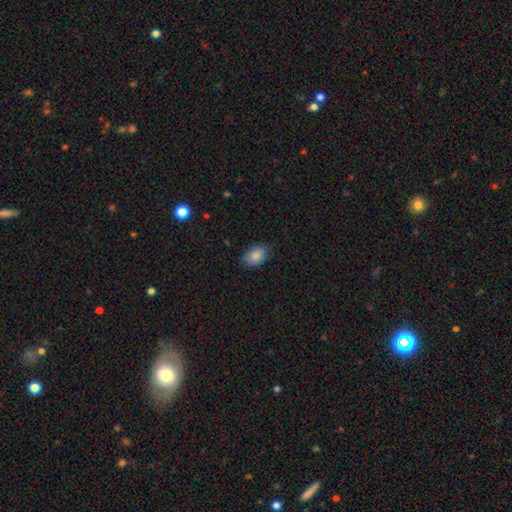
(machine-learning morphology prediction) This is clearly a smooth galaxy (85%). How rounded: clearly in between (83%). Merging: likely none (76%).